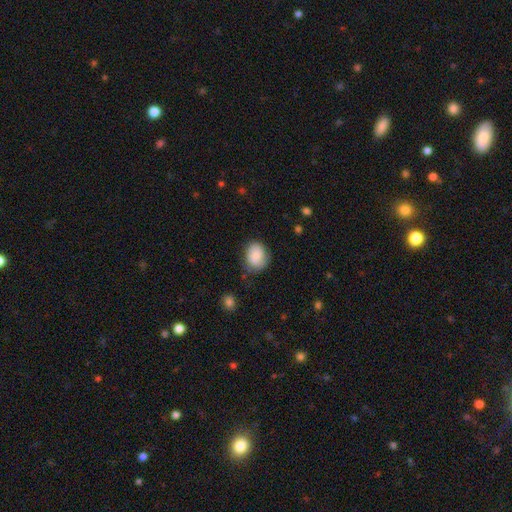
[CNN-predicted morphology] smooth_or_featured: smooth (p=0.85) [alt: featured or disk p=0.08]
how_rounded: in between (p=0.55) [alt: round p=0.44]
merging: none (p=0.65) [alt: minor disturbance p=0.26]